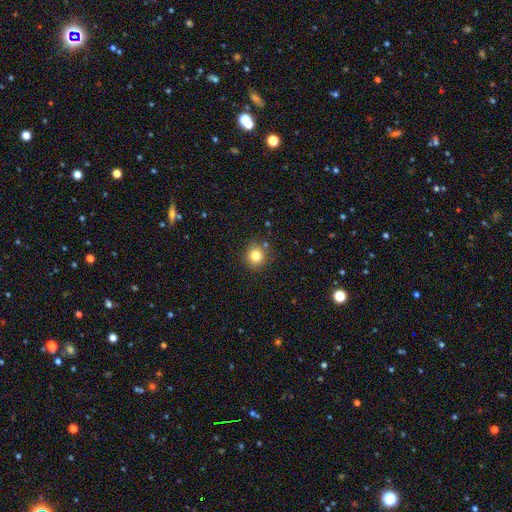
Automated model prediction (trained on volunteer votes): Smooth or featured?
  - smooth: 82% *
  - star or artifact: 12%
  - featured or disk: 6%
How rounded?
  - round: 89% *
  - in between: 10%
  - cigar-shaped: 1%
Merging?
  - none: 84% *
  - minor disturbance: 10%
  - merger: 4%
  - major disturbance: 3%